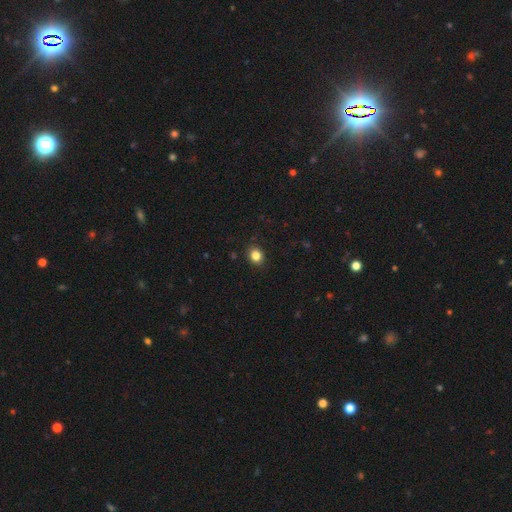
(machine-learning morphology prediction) This appears to be a smooth galaxy with no disk features (84%) that is round (67%). Merging: none (89%).